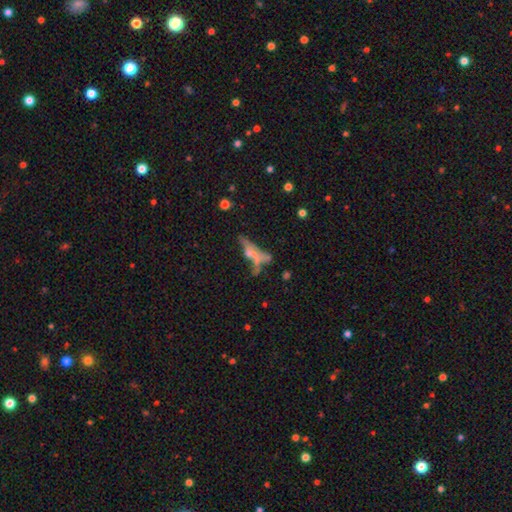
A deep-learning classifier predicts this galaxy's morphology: Q: Smooth or featured?
A: featured or disk (46%); runner-up: smooth (40%)
Q: Merging?
A: merger (37%); runner-up: none (30%)